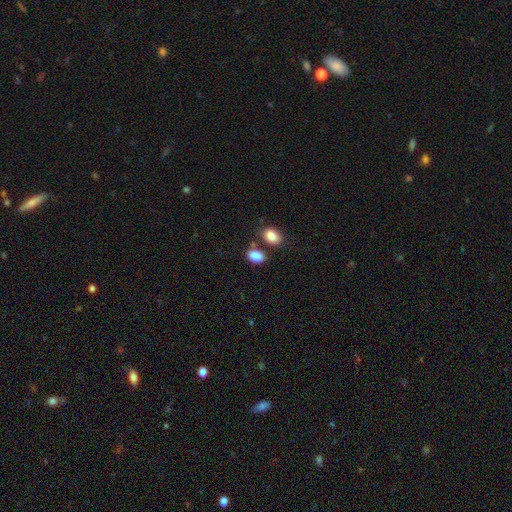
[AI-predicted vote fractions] This appears to be a smooth galaxy with no disk features (87%) that is in between round and cigar-shaped (83%). Merging: none (60%).